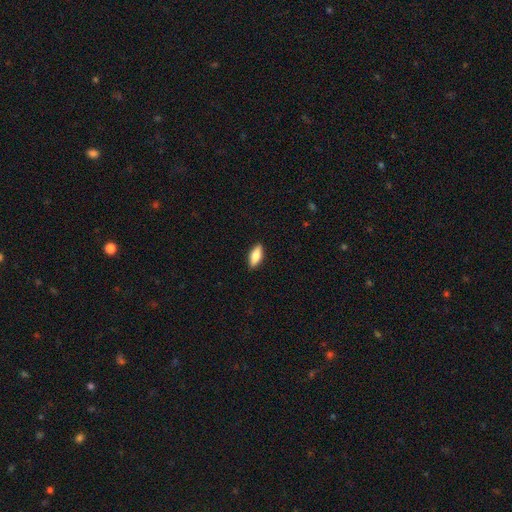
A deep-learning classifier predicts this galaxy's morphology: smooth 77%, featured or disk 17%, star or artifact 6%. Down the decision tree: how rounded — in between (74%); merging — none (89%).